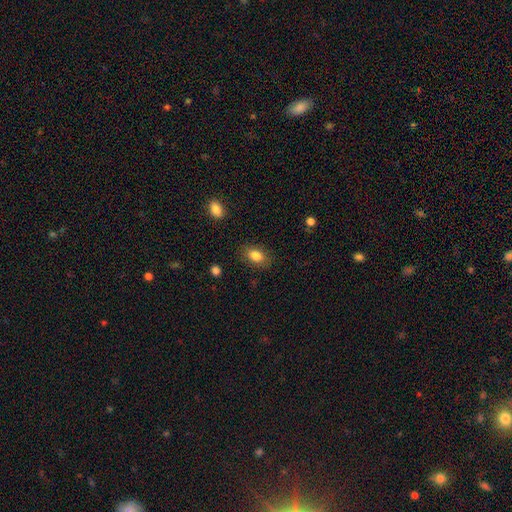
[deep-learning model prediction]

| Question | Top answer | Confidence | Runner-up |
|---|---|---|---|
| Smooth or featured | smooth | 84% | star or artifact (8%) |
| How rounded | in between | 84% | round (14%) |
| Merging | none | 85% | minor disturbance (11%) |